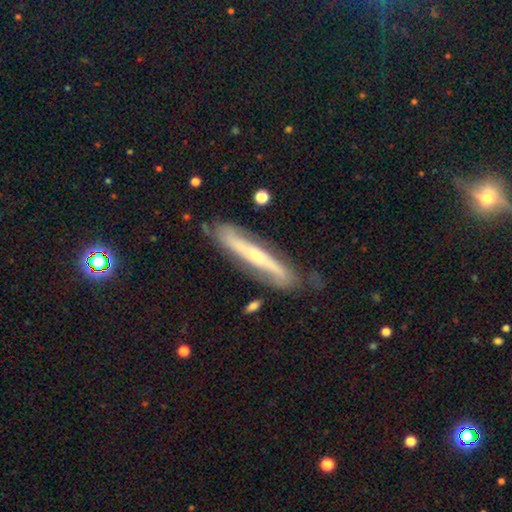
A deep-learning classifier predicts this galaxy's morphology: Smooth or featured? Predicted: featured or disk (p=0.73). Edge-on disk? Predicted: yes (p=0.63). Merging? Predicted: none (p=0.76).